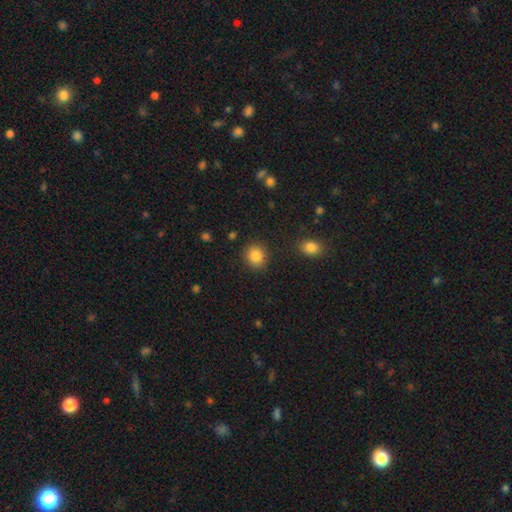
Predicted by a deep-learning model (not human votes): Morphology: type=smooth (86%); roundness=round (81%); merging=none (88%).